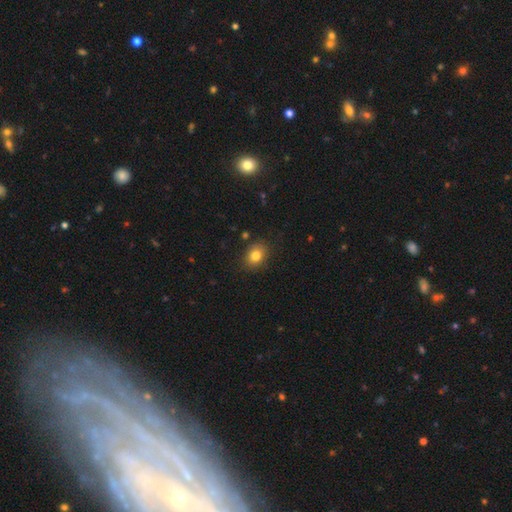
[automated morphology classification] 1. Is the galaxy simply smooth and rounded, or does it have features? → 80% smooth, 11% star or artifact, 8% featured or disk.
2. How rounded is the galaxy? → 53% in between, 46% round, 1% cigar-shaped.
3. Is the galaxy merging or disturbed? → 85% none, 11% minor disturbance, 3% major disturbance, 2% merger.